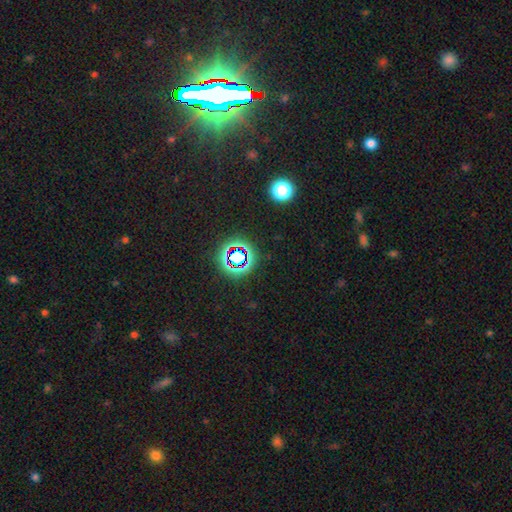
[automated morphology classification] The model was most divided on "smooth or featured": star or artifact: 77%, smooth: 13%, featured or disk: 9%.